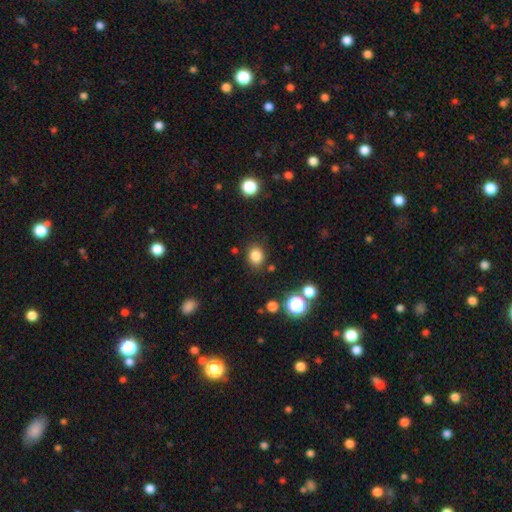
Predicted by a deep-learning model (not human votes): This is clearly a smooth galaxy (82%). How rounded: likely round (63%). Merging: clearly none (84%).